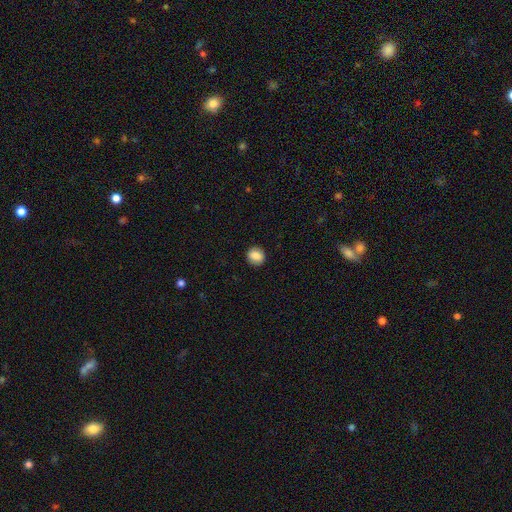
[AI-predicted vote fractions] Smooth or featured: smooth — 84% (star or artifact — 9%)
How rounded: round — 79% (in between — 20%)
Merging: none — 90% (minor disturbance — 7%)